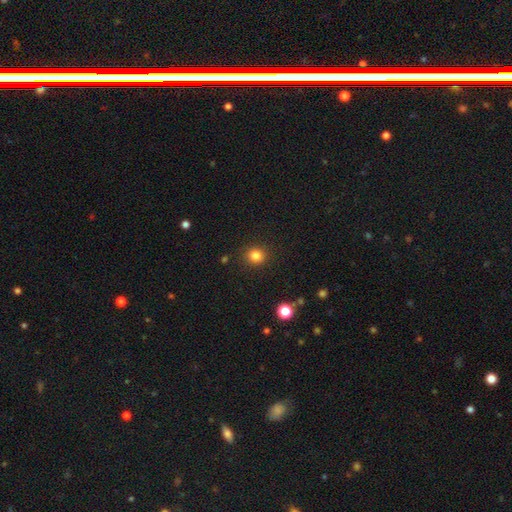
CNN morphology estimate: smooth 83%, star or artifact 12%, featured or disk 5%. Down the decision tree: how rounded — round (87%); merging — none (90%).